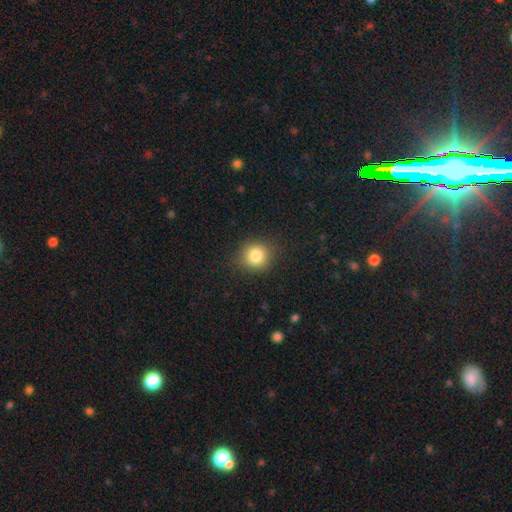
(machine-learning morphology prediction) Q: Smooth or featured?
A: smooth (82%); runner-up: star or artifact (11%)
Q: How rounded?
A: round (85%); runner-up: in between (14%)
Q: Merging?
A: none (86%); runner-up: minor disturbance (10%)